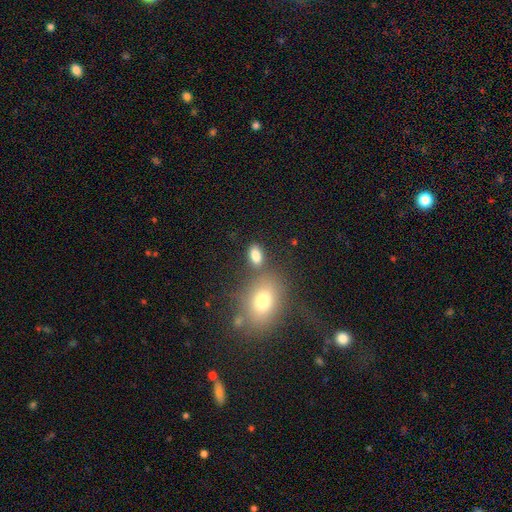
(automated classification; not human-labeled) A smooth galaxy with no disk features (82%) that is in between round and cigar-shaped (86%). Merging: none (66%).